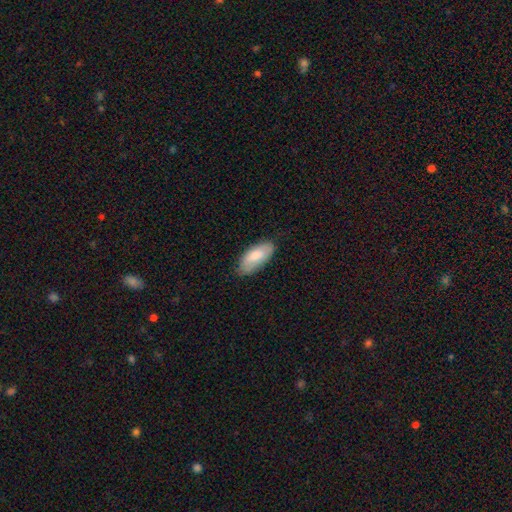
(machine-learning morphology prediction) smooth-or-featured: smooth: 80% | featured or disk: 15% | star or artifact: 6%
  how-rounded: in between: 89% | cigar-shaped: 9% | round: 2%
  merging: none: 78% | minor disturbance: 18% | major disturbance: 3% | merger: 1%